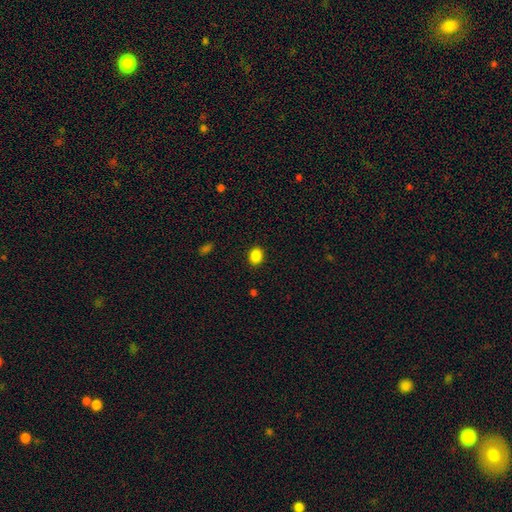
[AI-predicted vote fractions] Smooth or featured: smooth — 87% (star or artifact — 10%)
How rounded: round — 52% (in between — 47%)
Merging: none — 90% (minor disturbance — 7%)